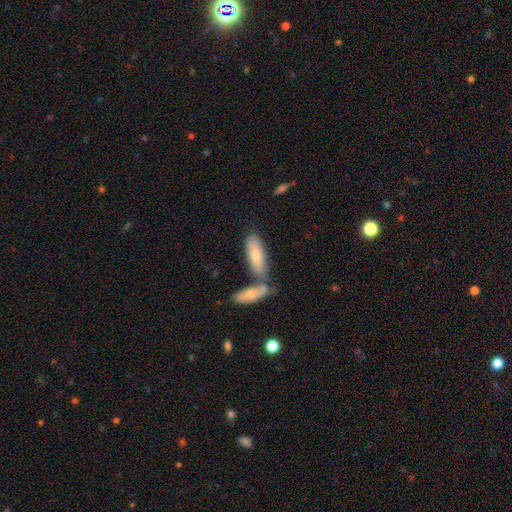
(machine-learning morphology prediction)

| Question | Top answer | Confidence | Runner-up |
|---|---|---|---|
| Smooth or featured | smooth | 70% | featured or disk (23%) |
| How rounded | in between | 56% | cigar-shaped (42%) |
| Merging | none | 51% | merger (35%) |